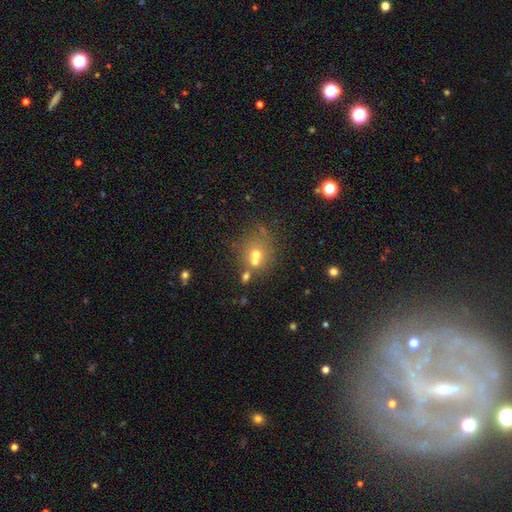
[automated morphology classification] Smooth or featured?
  - smooth: 59% *
  - featured or disk: 22%
  - star or artifact: 19%
How rounded?
  - round: 78% *
  - in between: 21%
  - cigar-shaped: 1%
Merging?
  - none: 45% *
  - merger: 40%
  - minor disturbance: 10%
  - major disturbance: 5%